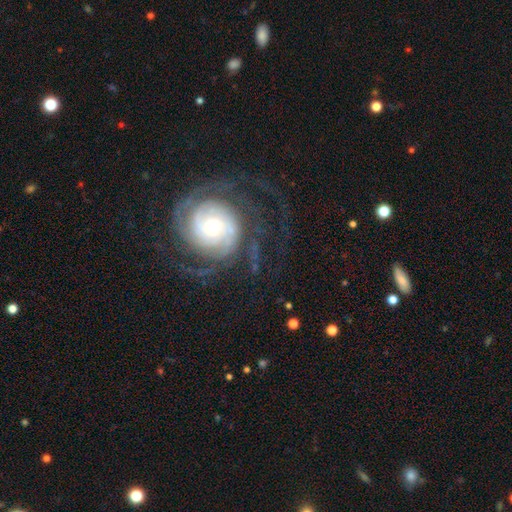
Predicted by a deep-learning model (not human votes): smooth_or_featured: featured or disk (p=0.81) [alt: star or artifact p=0.10]
disk_edge_on: no (p=0.97) [alt: yes p=0.03]
bar: no (p=0.64) [alt: weak p=0.24]
has_spiral_arms: yes (p=0.95) [alt: no p=0.05]
spiral_winding: tight (p=0.66) [alt: medium p=0.27]
spiral_arm_count: 2 (p=0.35) [alt: can't tell p=0.25]
bulge_size: small (p=0.44) [alt: moderate p=0.43]
merging: none (p=0.73) [alt: minor disturbance p=0.13]